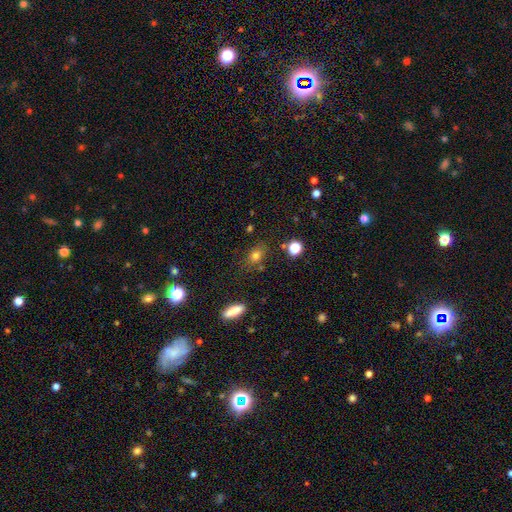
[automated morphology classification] A smooth galaxy with no disk features (74%) that is in between round and cigar-shaped (60%).

Vote fractions:
- Smooth or featured? smooth: 74% / star or artifact: 16% / featured or disk: 10%
- How rounded? in between: 60% / round: 36% / cigar-shaped: 4%
- Merging? none: 75% / minor disturbance: 15% / merger: 6% / major disturbance: 5%